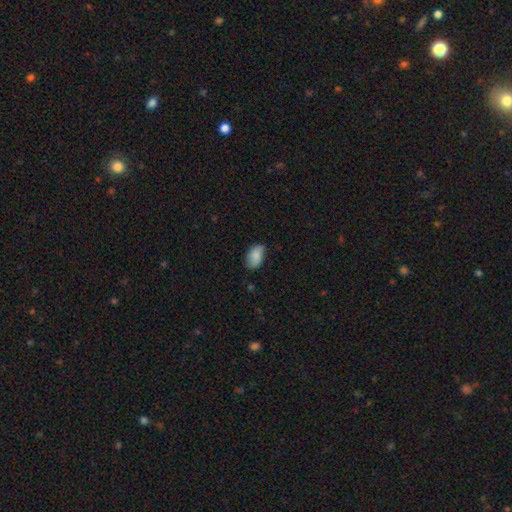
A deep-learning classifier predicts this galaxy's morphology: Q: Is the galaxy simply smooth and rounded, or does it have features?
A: smooth — 82%.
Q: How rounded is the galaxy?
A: in between — 92%.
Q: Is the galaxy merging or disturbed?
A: none — 64%.